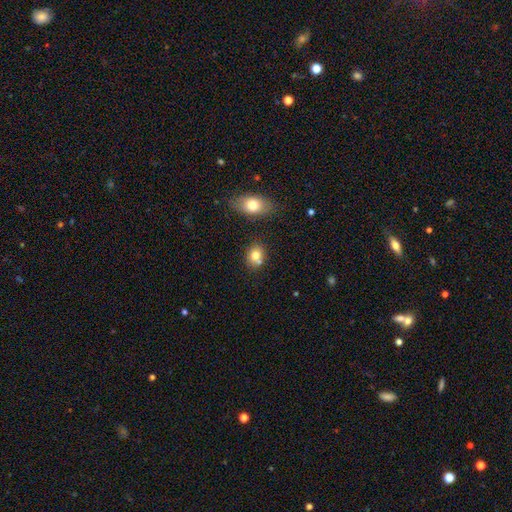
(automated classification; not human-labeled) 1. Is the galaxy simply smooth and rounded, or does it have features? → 77% smooth, 12% featured or disk, 11% star or artifact.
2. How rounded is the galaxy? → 55% round, 44% in between, 1% cigar-shaped.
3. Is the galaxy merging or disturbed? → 63% none, 21% merger, 13% minor disturbance, 3% major disturbance.